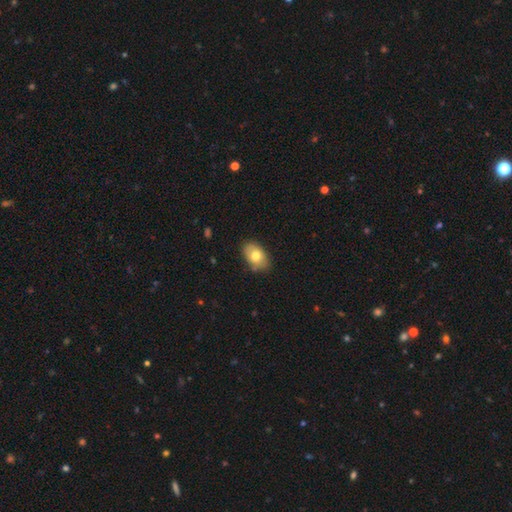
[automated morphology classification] Q: Smooth or featured?
A: smooth (74%); runner-up: featured or disk (19%)
Q: How rounded?
A: in between (89%); runner-up: round (10%)
Q: Merging?
A: none (80%); runner-up: minor disturbance (16%)